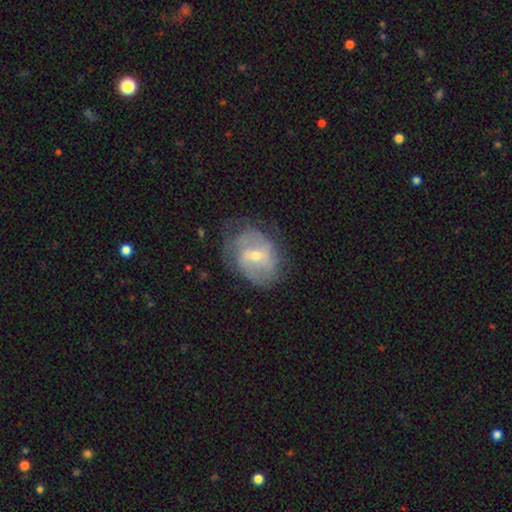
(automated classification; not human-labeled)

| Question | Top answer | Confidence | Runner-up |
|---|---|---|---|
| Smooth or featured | featured or disk | 72% | smooth (21%) |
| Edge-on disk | no | 96% | yes (4%) |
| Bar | weak | 52% | no (27%) |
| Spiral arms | yes | 79% | no (21%) |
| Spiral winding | medium | 42% | tight (35%) |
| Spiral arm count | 2 | 51% | can't tell (31%) |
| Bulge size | small | 54% | moderate (43%) |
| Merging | none | 56% | minor disturbance (27%) |